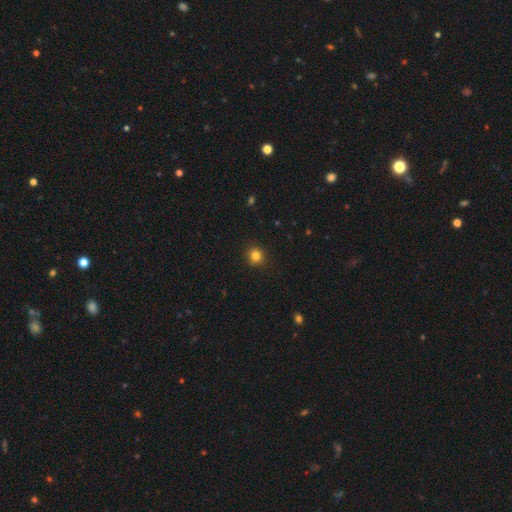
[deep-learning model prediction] Smooth or featured? smooth (82%)
How rounded? round (92%)
Merging? none (92%)